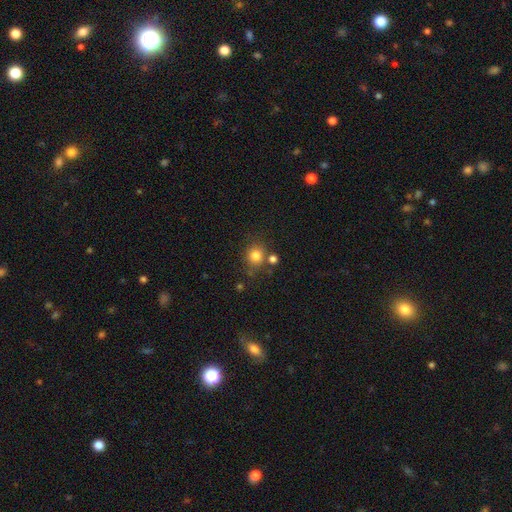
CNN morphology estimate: A smooth galaxy with no disk features (80%) that is round (87%). Merging: none (73%).